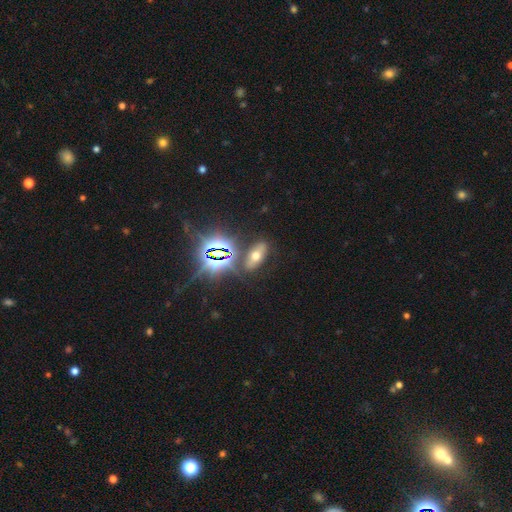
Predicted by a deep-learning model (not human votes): Overall: smooth (39%, tied with star or artifact). Merging: none (78%).